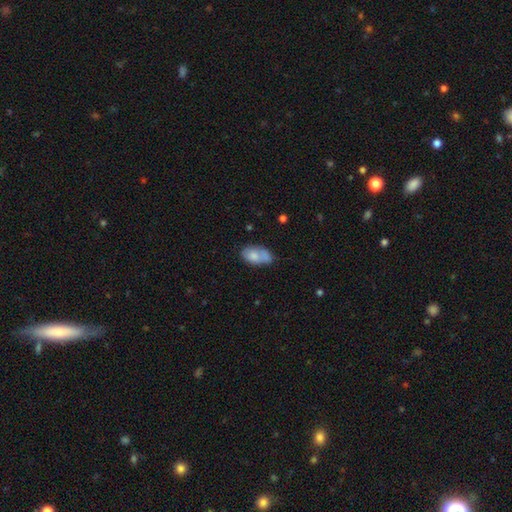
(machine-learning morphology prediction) A smooth galaxy with no disk features (73%) that is in between round and cigar-shaped (91%). Merging: none (44%).